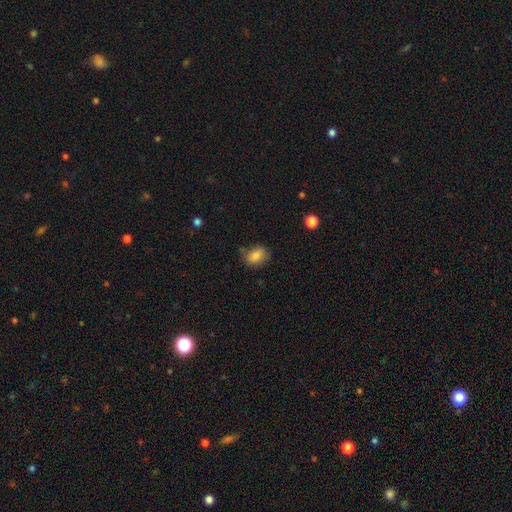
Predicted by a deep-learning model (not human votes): A smooth galaxy with no disk features (84%) that is in between round and cigar-shaped (70%). Merging: none (76%).